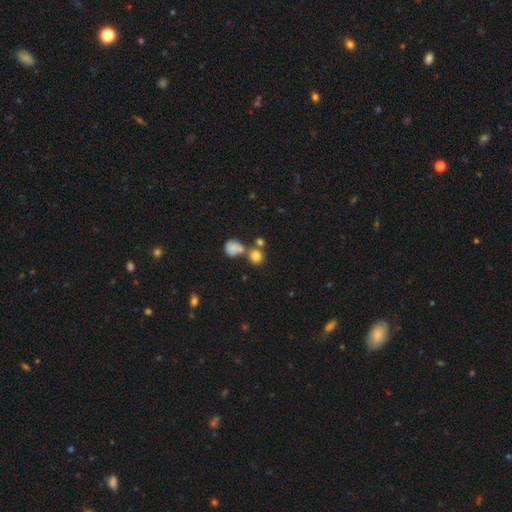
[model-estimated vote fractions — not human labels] A smooth galaxy with no disk features (80%) that is round (85%).

Vote fractions:
- Smooth or featured? smooth: 80% / star or artifact: 11% / featured or disk: 8%
- How rounded? round: 85% / in between: 14% / cigar-shaped: 1%
- Merging? none: 55% / merger: 32% / minor disturbance: 9% / major disturbance: 4%